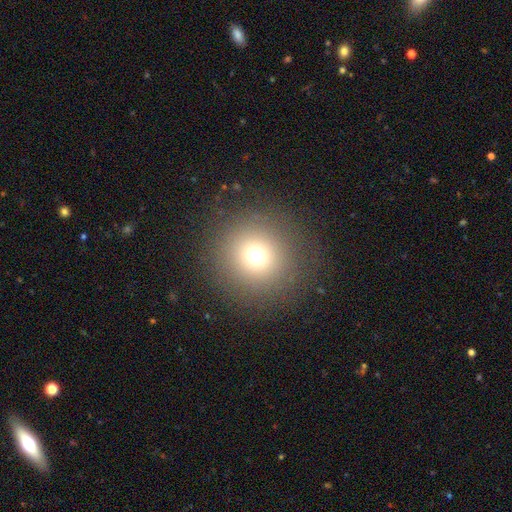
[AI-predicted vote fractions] Smooth or featured? smooth (70%)
How rounded? round (95%)
Merging? none (87%)